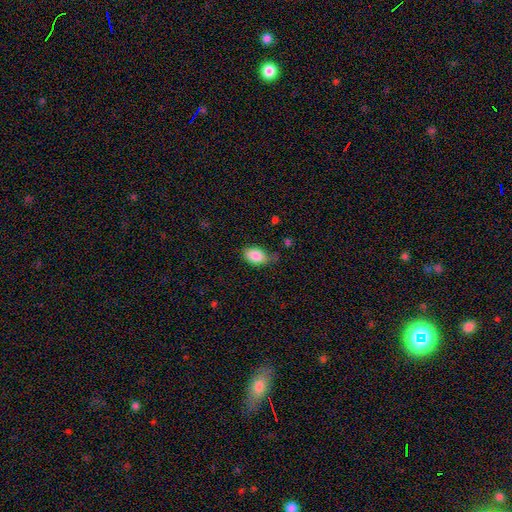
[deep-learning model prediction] Smooth or featured?
  - smooth: 85% *
  - featured or disk: 8%
  - star or artifact: 7%
How rounded?
  - in between: 88% *
  - round: 10%
  - cigar-shaped: 2%
Merging?
  - none: 48% *
  - minor disturbance: 37%
  - major disturbance: 12%
  - merger: 3%